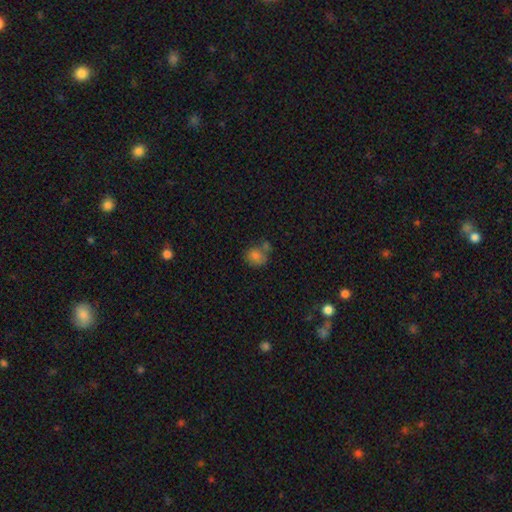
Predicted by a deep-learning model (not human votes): Morphology: type=smooth (80%); roundness=round (77%); merging=none (52%).